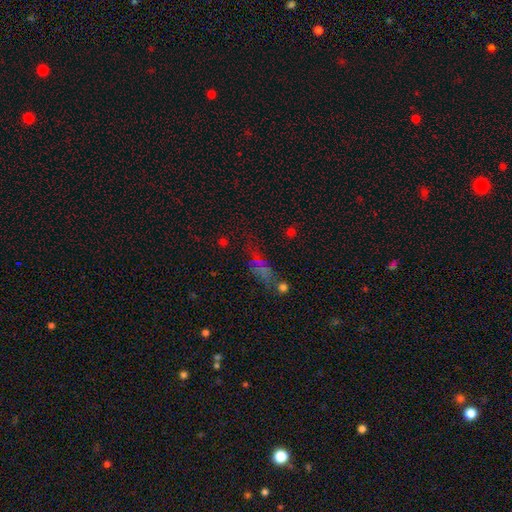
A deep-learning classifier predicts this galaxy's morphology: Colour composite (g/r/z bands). It shows a smooth galaxy with no disk features (44%). Merging: none (48%).